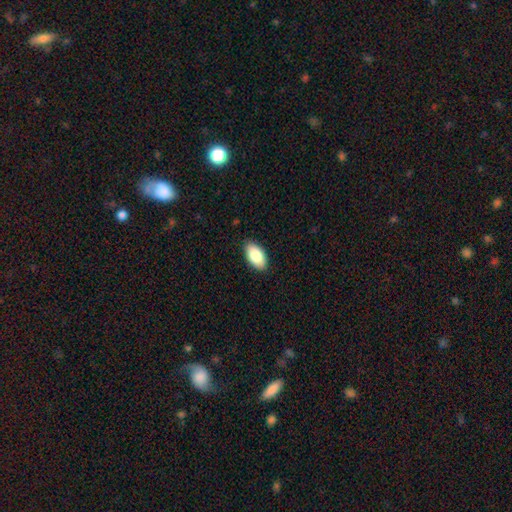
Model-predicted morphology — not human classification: Smooth or featured?
  - smooth: 87% *
  - featured or disk: 7%
  - star or artifact: 6%
How rounded?
  - in between: 95% *
  - round: 3%
  - cigar-shaped: 2%
Merging?
  - none: 88% *
  - minor disturbance: 9%
  - major disturbance: 2%
  - merger: 1%